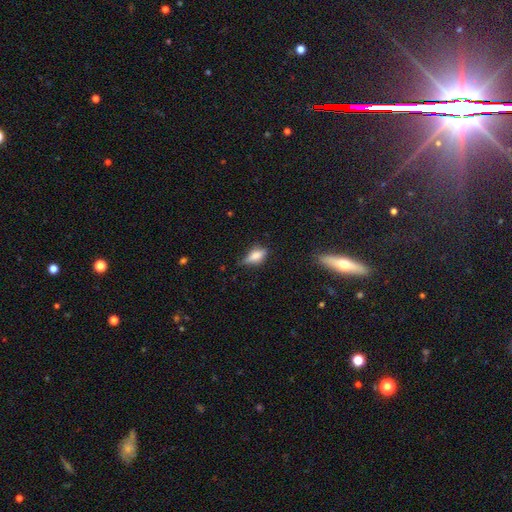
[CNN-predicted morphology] A smooth galaxy with no disk features (67%) that is in between round and cigar-shaped (75%).

Vote fractions:
- Smooth or featured? smooth: 67% / featured or disk: 23% / star or artifact: 9%
- How rounded? in between: 75% / cigar-shaped: 20% / round: 5%
- Merging? none: 55% / minor disturbance: 32% / major disturbance: 10% / merger: 3%